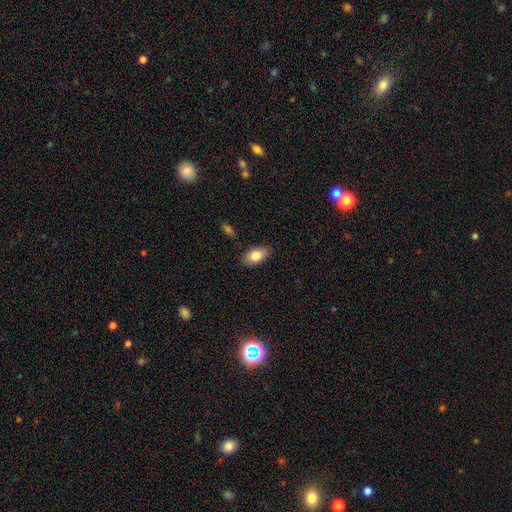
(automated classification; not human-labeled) smooth_or_featured: smooth (p=0.81) [alt: featured or disk p=0.12]
how_rounded: in between (p=0.92) [alt: round p=0.06]
merging: none (p=0.85) [alt: minor disturbance p=0.11]